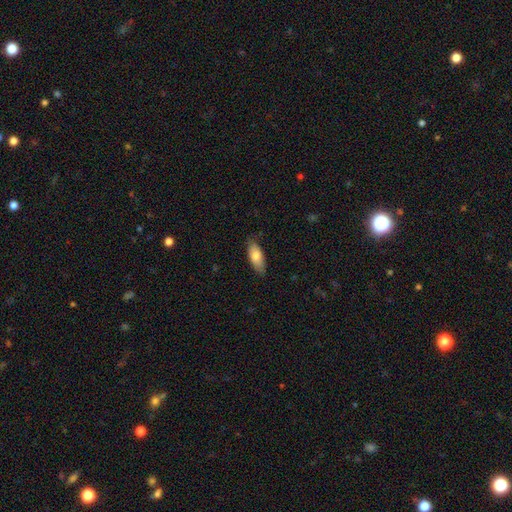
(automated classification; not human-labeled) A smooth galaxy with no disk features (77%) that is in between round and cigar-shaped (78%).

Vote fractions:
- Smooth or featured? smooth: 77% / featured or disk: 17% / star or artifact: 6%
- How rounded? in between: 78% / cigar-shaped: 19% / round: 2%
- Merging? none: 80% / minor disturbance: 16% / major disturbance: 3% / merger: 1%